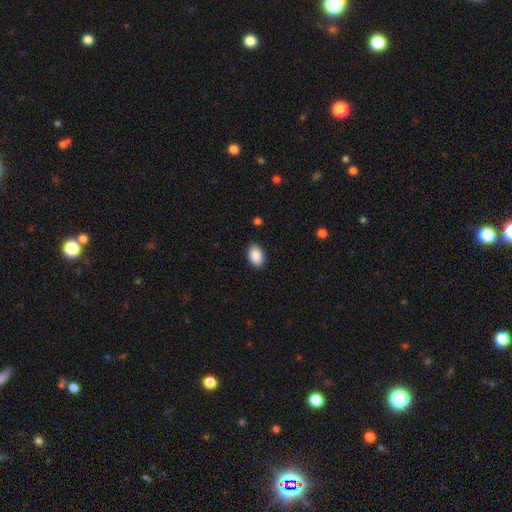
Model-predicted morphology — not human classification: This is clearly a smooth galaxy (90%). How rounded: clearly in between (89%). Merging: clearly none (87%).